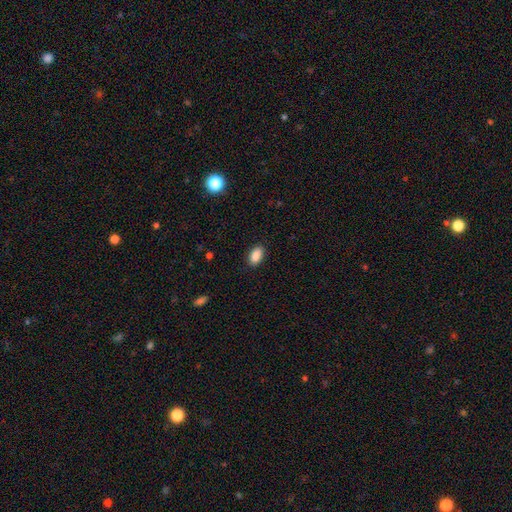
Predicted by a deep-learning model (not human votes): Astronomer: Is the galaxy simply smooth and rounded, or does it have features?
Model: smooth — 88%.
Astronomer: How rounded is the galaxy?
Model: in between — 92%.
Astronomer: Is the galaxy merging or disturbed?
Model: none — 88%.